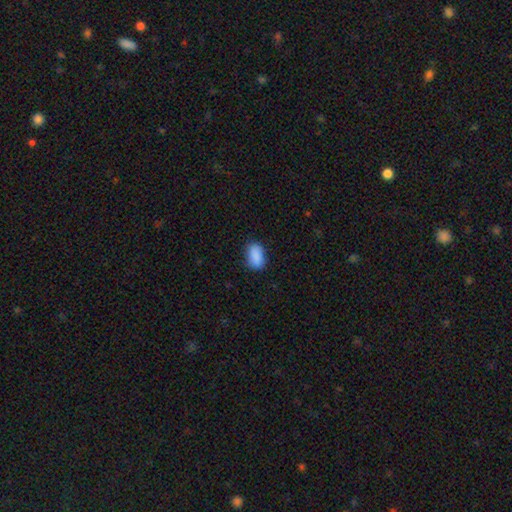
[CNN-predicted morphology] Smooth or featured? smooth (89%)
How rounded? in between (91%)
Merging? none (80%)